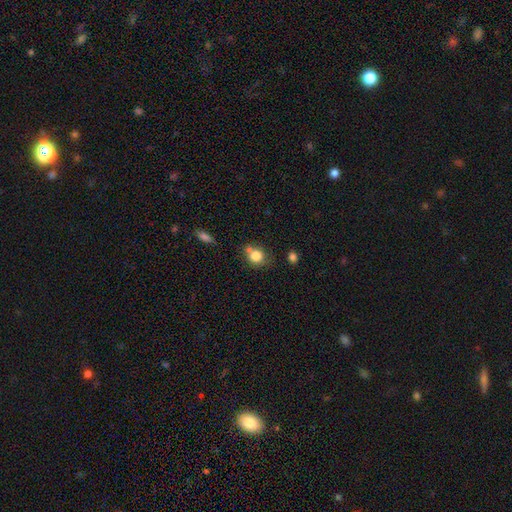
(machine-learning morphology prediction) This is clearly a smooth galaxy (80%). How rounded: likely round (73%). Merging: possibly none (54%).